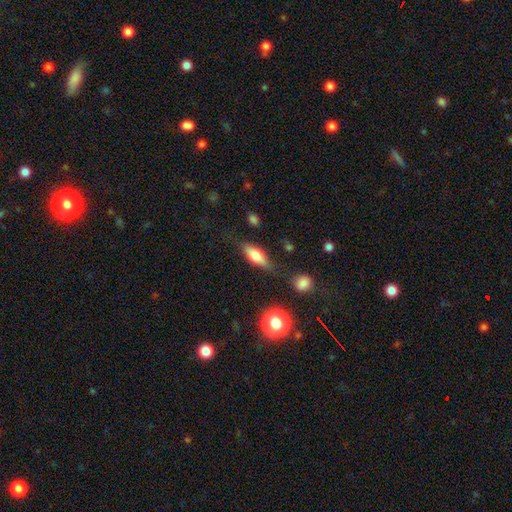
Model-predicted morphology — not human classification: smooth-or-featured: smooth: 62% | featured or disk: 29% | star or artifact: 8%
  how-rounded: in between: 63% | cigar-shaped: 32% | round: 4%
  merging: none: 76% | minor disturbance: 16% | major disturbance: 5% | merger: 3%